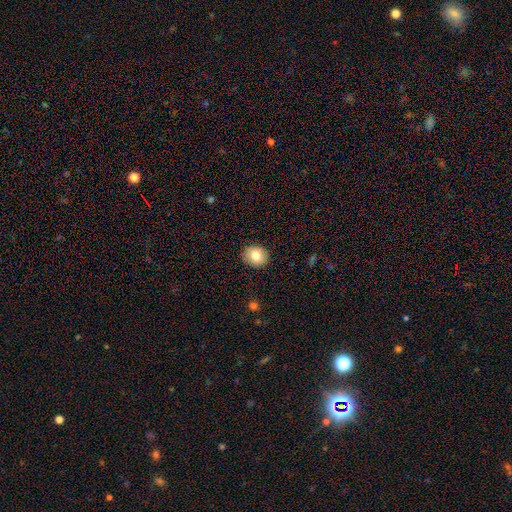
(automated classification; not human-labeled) Morphology: type=smooth (82%); roundness=round (71%); merging=none (90%).